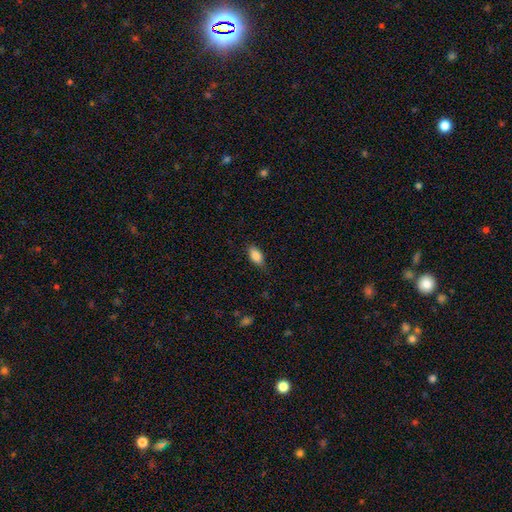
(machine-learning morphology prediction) Smooth or featured? Predicted: smooth (p=0.86). How rounded? Predicted: in between (p=0.90). Merging? Predicted: none (p=0.82).